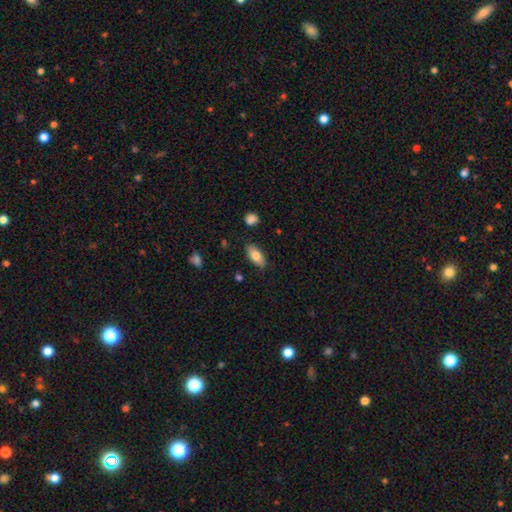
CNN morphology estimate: A smooth galaxy with no disk features (81%) that is in between round and cigar-shaped (86%).

Vote fractions:
- Smooth or featured? smooth: 81% / featured or disk: 12% / star or artifact: 7%
- How rounded? in between: 86% / cigar-shaped: 11% / round: 3%
- Merging? none: 82% / minor disturbance: 13% / major disturbance: 3% / merger: 2%